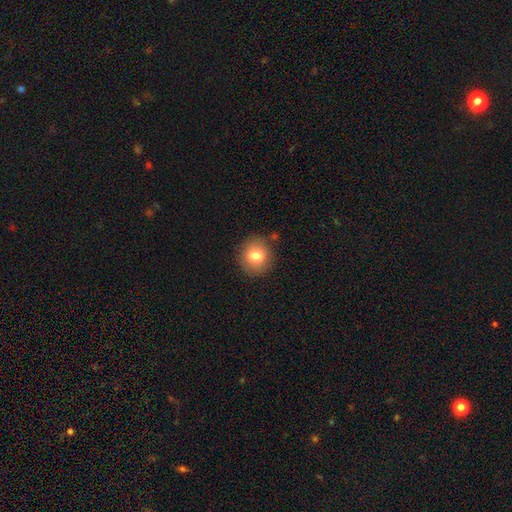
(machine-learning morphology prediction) The model was most divided on "smooth or featured": smooth: 79%, featured or disk: 11%, star or artifact: 10%. More confident: how rounded — round (89%); merging — none (86%).